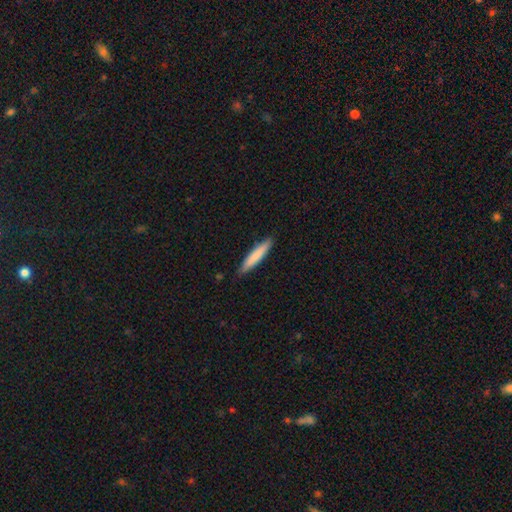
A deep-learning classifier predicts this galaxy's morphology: The model was most divided on "smooth or featured": smooth: 79%, featured or disk: 15%, star or artifact: 6%. More confident: how rounded — cigar-shaped (90%); merging — none (86%).